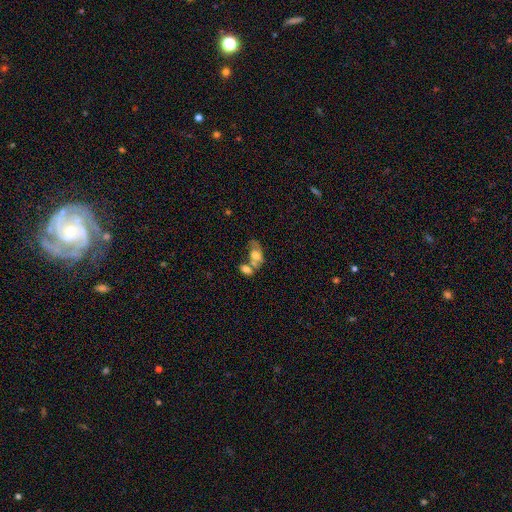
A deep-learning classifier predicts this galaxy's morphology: A smooth galaxy with no disk features (57%) that is in between round and cigar-shaped (86%).

Vote fractions:
- Smooth or featured? smooth: 57% / featured or disk: 35% / star or artifact: 9%
- How rounded? in between: 86% / round: 10% / cigar-shaped: 4%
- Merging? merger: 53% / none: 24% / minor disturbance: 13% / major disturbance: 10%